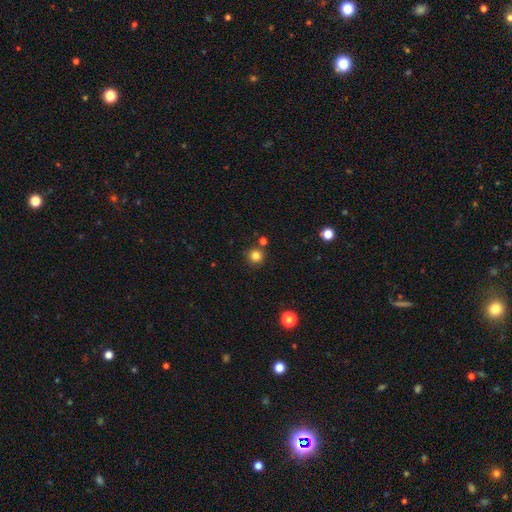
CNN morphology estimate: Smooth or featured?
  - smooth: 82% *
  - star or artifact: 13%
  - featured or disk: 5%
How rounded?
  - round: 94% *
  - in between: 5%
  - cigar-shaped: 1%
Merging?
  - none: 84% *
  - minor disturbance: 7%
  - merger: 7%
  - major disturbance: 2%